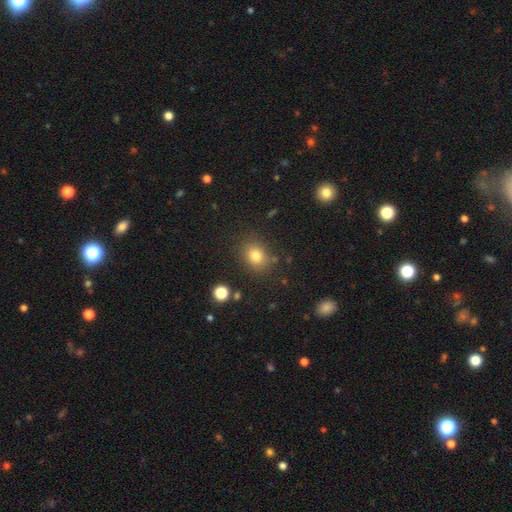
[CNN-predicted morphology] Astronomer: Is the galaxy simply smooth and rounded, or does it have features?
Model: smooth — 79%.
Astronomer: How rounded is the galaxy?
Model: round — 53% (runner-up: in between, 46%).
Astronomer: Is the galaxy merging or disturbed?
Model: none — 81%.